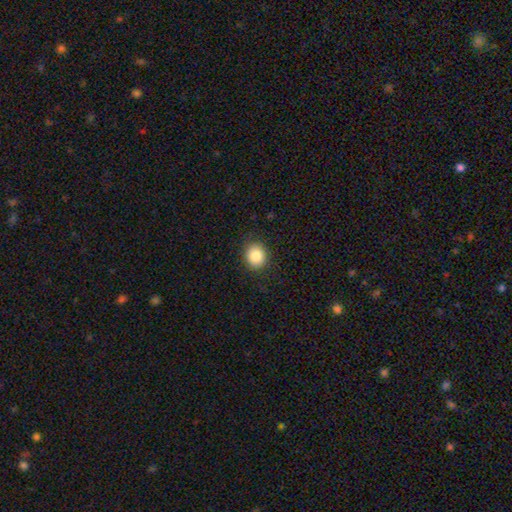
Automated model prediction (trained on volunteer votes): smooth_or_featured: smooth (p=0.85) [alt: star or artifact p=0.09]
how_rounded: round (p=0.75) [alt: in between p=0.24]
merging: none (p=0.88) [alt: minor disturbance p=0.08]